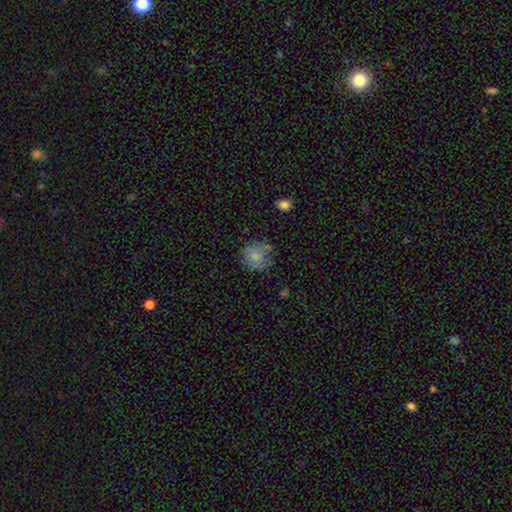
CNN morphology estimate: Q: Smooth or featured?
A: smooth (76%); runner-up: featured or disk (14%)
Q: How rounded?
A: round (85%); runner-up: in between (14%)
Q: Merging?
A: none (62%); runner-up: minor disturbance (25%)